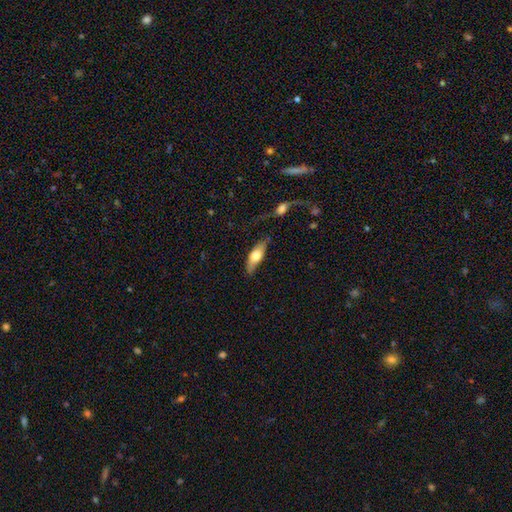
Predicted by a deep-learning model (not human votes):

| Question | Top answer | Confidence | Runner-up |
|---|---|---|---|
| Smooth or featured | smooth | 60% | featured or disk (34%) |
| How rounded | in between | 62% | cigar-shaped (35%) |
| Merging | none | 61% | minor disturbance (25%) |